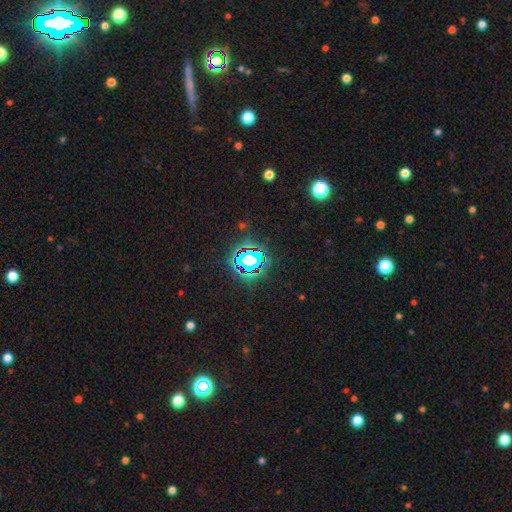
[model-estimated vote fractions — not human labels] This is clearly a star or artifact rather than a galaxy (80%).